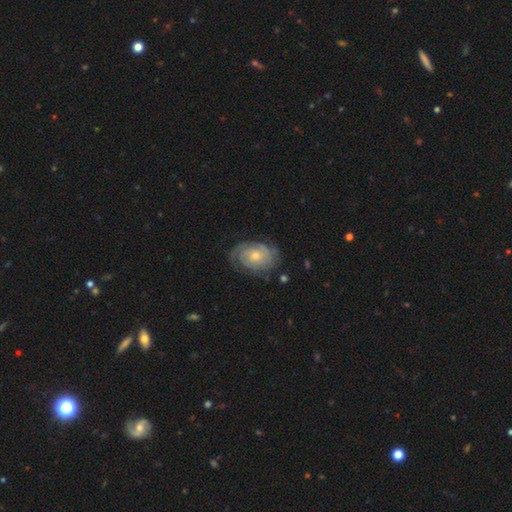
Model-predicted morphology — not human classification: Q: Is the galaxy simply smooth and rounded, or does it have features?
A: featured or disk — 78%.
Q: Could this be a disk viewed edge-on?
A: no — 97%.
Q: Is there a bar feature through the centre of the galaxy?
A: no — 77%.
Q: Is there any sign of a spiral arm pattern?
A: yes — 93%.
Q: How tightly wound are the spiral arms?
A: tight — 70%.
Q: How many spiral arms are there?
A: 2 — 37%.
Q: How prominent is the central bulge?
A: moderate — 49%.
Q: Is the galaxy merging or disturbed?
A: none — 72%.